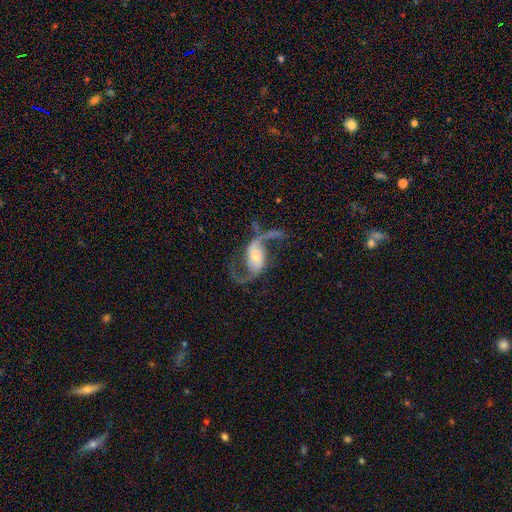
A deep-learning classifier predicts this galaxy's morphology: This is clearly a featured or disk galaxy (89%). It is clearly not viewed edge-on (97%). Bar: marginally no (38%). Spiral arm pattern: clearly yes (97%). Spiral arm count: clearly 2 (93%). Spiral winding: likely loose (75%). Central bulge: possibly small (46%). Merging: likely none (68%).